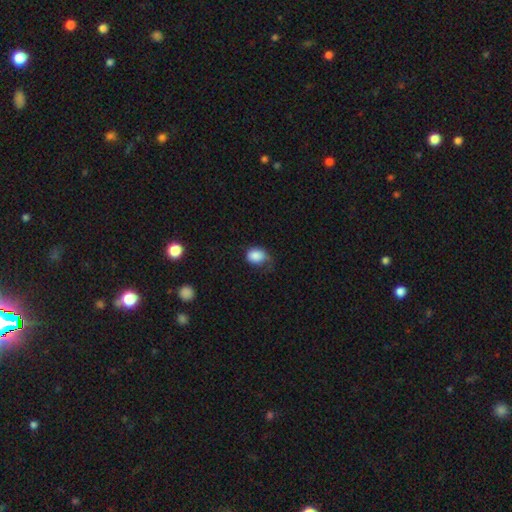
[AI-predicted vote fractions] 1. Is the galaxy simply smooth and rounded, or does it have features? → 84% smooth, 8% featured or disk, 8% star or artifact.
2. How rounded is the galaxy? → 56% in between, 43% round, 1% cigar-shaped.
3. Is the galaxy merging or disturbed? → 36% minor disturbance (tied), 36% none (tied), 26% major disturbance, 2% merger.